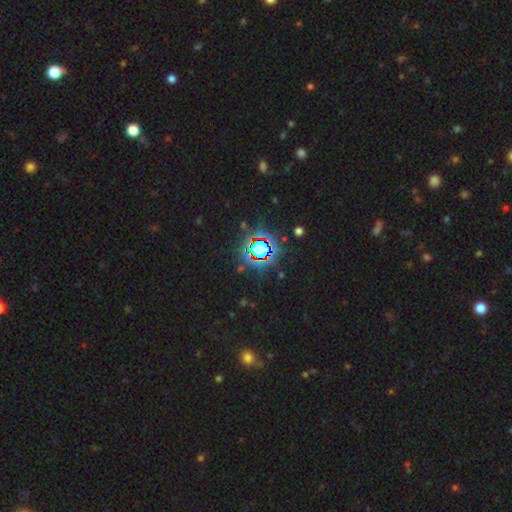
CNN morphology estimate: star or artifact 76%, smooth 15%, featured or disk 8%.